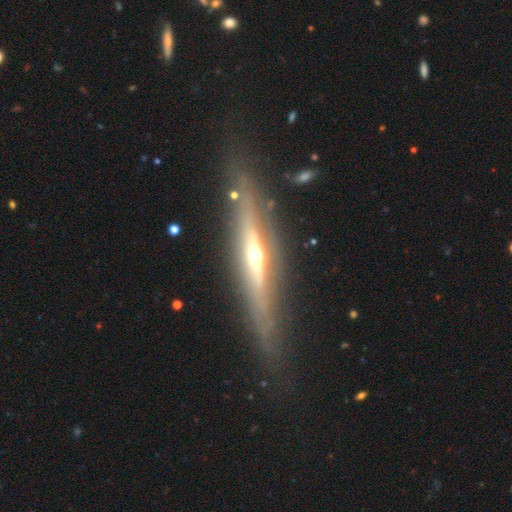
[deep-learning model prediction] Morphology: type=featured or disk (78%); edge-on=yes (91%); edge-on bulge=rounded (85%); merging=none (79%).